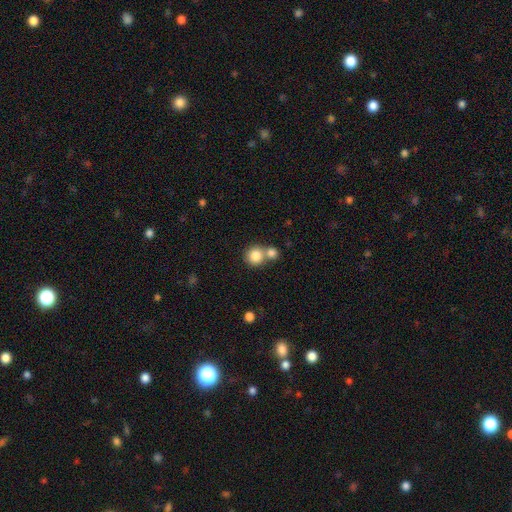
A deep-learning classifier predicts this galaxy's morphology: Smooth or featured? Predicted: smooth (p=0.84). How rounded? Predicted: round (p=0.89). Merging? Predicted: none (p=0.47).